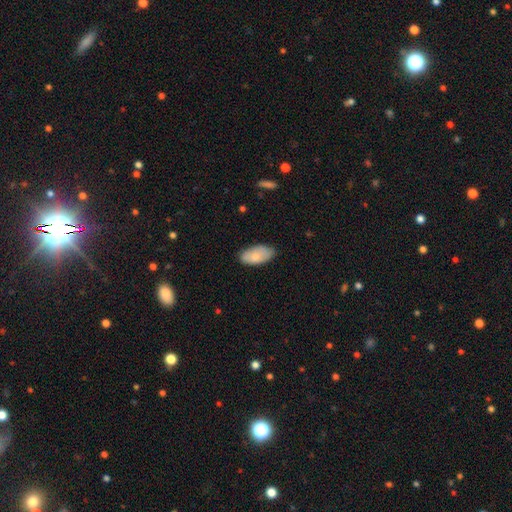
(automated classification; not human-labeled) A smooth galaxy with no disk features (80%) that is in between round and cigar-shaped (94%). Merging: none (74%).